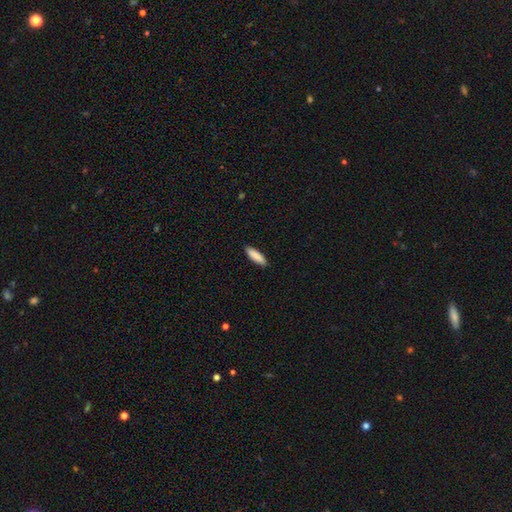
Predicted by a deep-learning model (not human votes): Smooth or featured: smooth — 89% (featured or disk — 6%)
How rounded: cigar-shaped — 61% (in between — 37%)
Merging: none — 90% (minor disturbance — 8%)